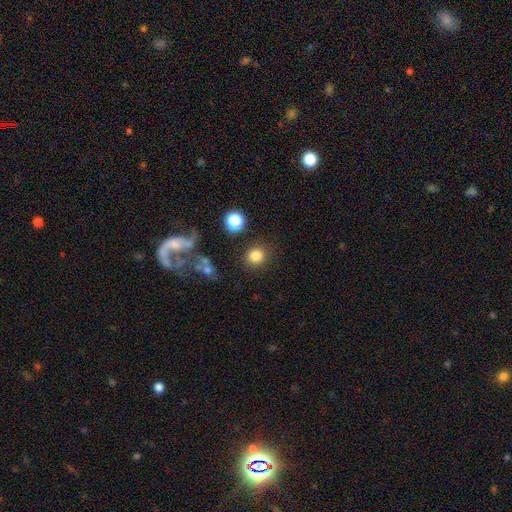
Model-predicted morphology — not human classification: Q: Smooth or featured?
A: smooth (82%); runner-up: star or artifact (12%)
Q: How rounded?
A: round (86%); runner-up: in between (13%)
Q: Merging?
A: none (85%); runner-up: minor disturbance (8%)